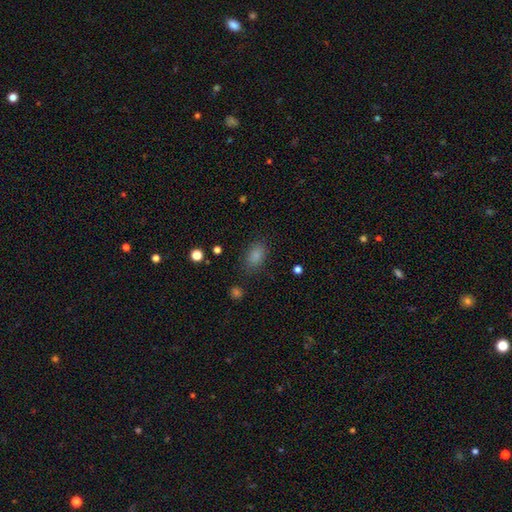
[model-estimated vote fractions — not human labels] The model was most divided on "how rounded": in between: 83%, round: 15%, cigar-shaped: 2%. More confident: smooth or featured — smooth (83%); merging — none (81%).